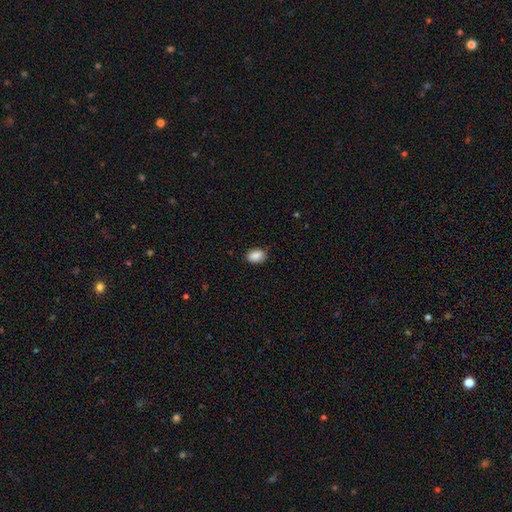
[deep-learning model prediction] This appears to be a smooth galaxy with no disk features (88%) that is in between round and cigar-shaped (80%). Merging: none (85%).